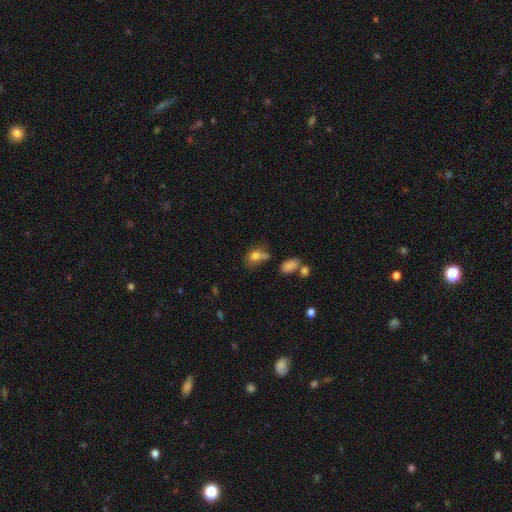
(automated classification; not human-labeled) A smooth galaxy with no disk features (74%) that is in between round and cigar-shaped (63%).

Vote fractions:
- Smooth or featured? smooth: 74% / featured or disk: 15% / star or artifact: 12%
- How rounded? in between: 63% / round: 35% / cigar-shaped: 3%
- Merging? none: 39% / minor disturbance: 27% / merger: 18% / major disturbance: 16%